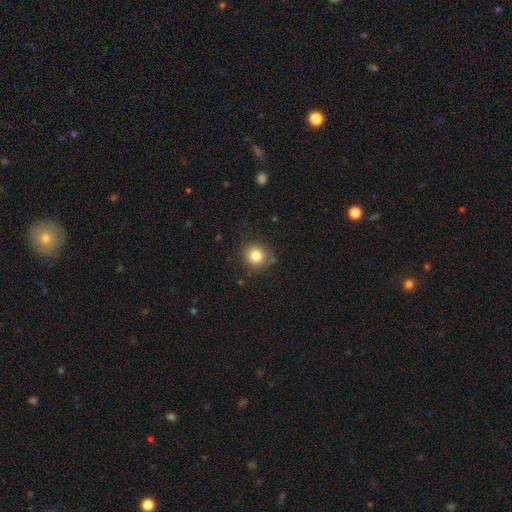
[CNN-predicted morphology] A smooth galaxy with no disk features (81%) that is round (92%).

Vote fractions:
- Smooth or featured? smooth: 81% / star or artifact: 12% / featured or disk: 7%
- How rounded? round: 92% / in between: 7% / cigar-shaped: 1%
- Merging? none: 86% / minor disturbance: 9% / major disturbance: 3% / merger: 2%